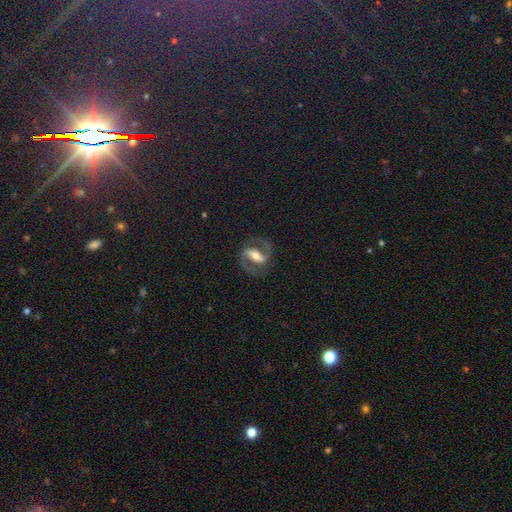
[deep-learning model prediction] Smooth or featured?
  - featured or disk: 86% *
  - smooth: 8%
  - star or artifact: 6%
Edge-on disk?
  - no: 96% *
  - yes: 4%
Bar?
  - strong: 60% *
  - weak: 28%
  - no: 13%
Spiral arms?
  - yes: 95% *
  - no: 5%
Spiral winding?
  - medium: 60% *
  - loose: 20%
  - tight: 20%
Spiral arm count?
  - 2: 93% *
  - can't tell: 2%
  - 1: 2%
  - 3: 1%
  - 4: 1%
  - more than 4: 1%
Bulge size?
  - moderate: 59% *
  - small: 27%
  - large: 11%
  - none: 2%
  - dominant: 2%
Merging?
  - none: 81% *
  - minor disturbance: 11%
  - major disturbance: 7%
  - merger: 1%